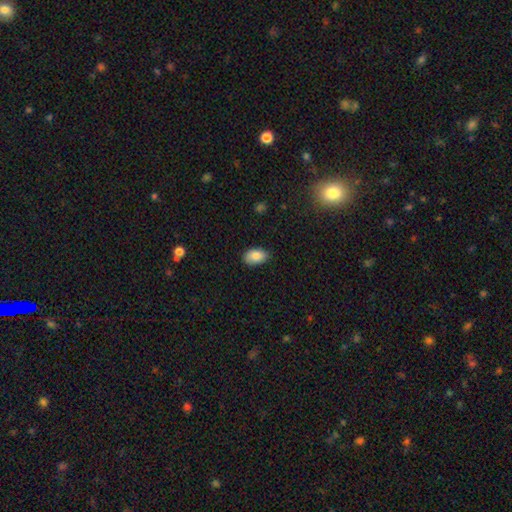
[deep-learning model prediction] Smooth or featured? Predicted: smooth (p=0.86). How rounded? Predicted: in between (p=0.91). Merging? Predicted: none (p=0.80).